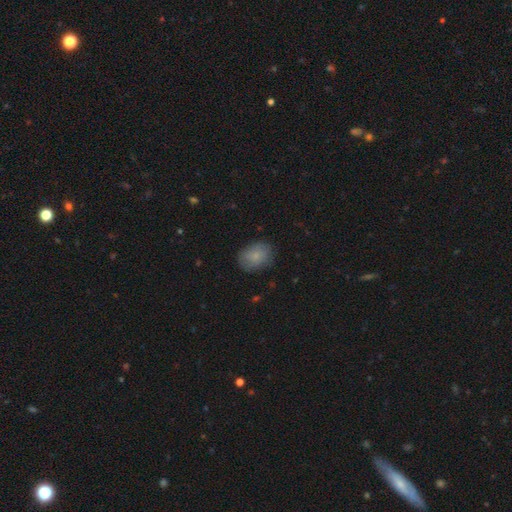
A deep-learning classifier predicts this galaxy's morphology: A smooth galaxy with no disk features (80%) that is in between round and cigar-shaped (68%). Merging: none (79%).